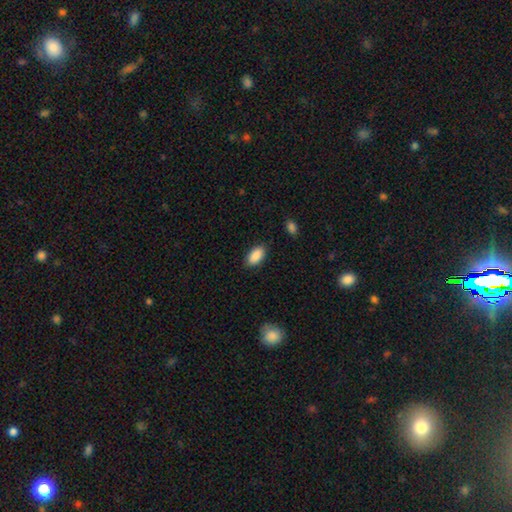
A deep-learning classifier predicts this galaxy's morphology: Smooth or featured? Predicted: smooth (p=0.90). How rounded? Predicted: in between (p=0.93). Merging? Predicted: none (p=0.87).